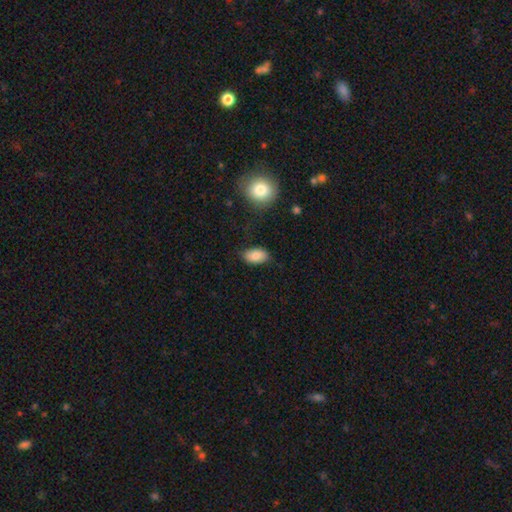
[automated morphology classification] Overall: smooth (83%). How rounded: in between (92%). Merging: none (79%).